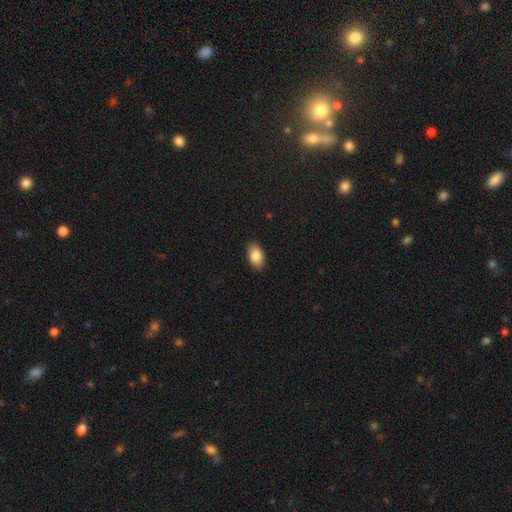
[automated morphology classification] Smooth or featured? Predicted: smooth (p=0.86). How rounded? Predicted: in between (p=0.92). Merging? Predicted: none (p=0.88).